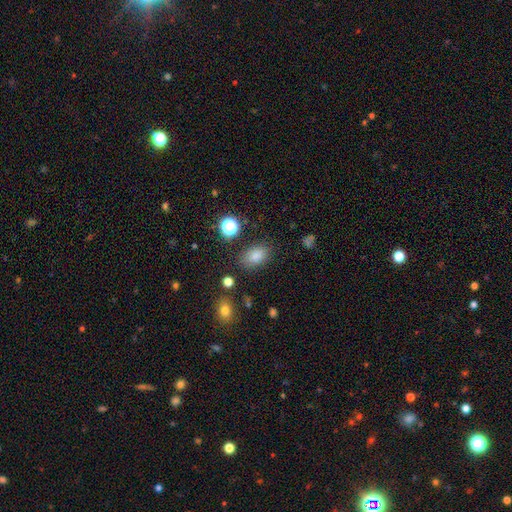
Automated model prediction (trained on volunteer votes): Smooth or featured? smooth (82%)
How rounded? in between (84%)
Merging? none (79%)